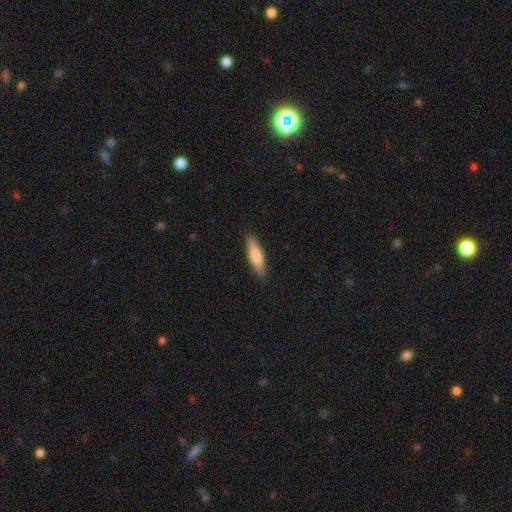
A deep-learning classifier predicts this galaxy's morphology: Overall: smooth (74%). How rounded: cigar-shaped (67%; in between 31%). Merging: none (88%).